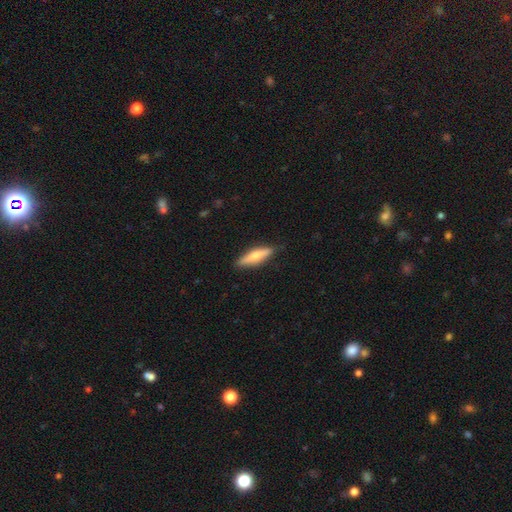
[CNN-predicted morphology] Q: Smooth or featured?
A: smooth (54%); runner-up: featured or disk (41%)
Q: How rounded?
A: cigar-shaped (74%); runner-up: in between (24%)
Q: Merging?
A: none (87%); runner-up: minor disturbance (10%)